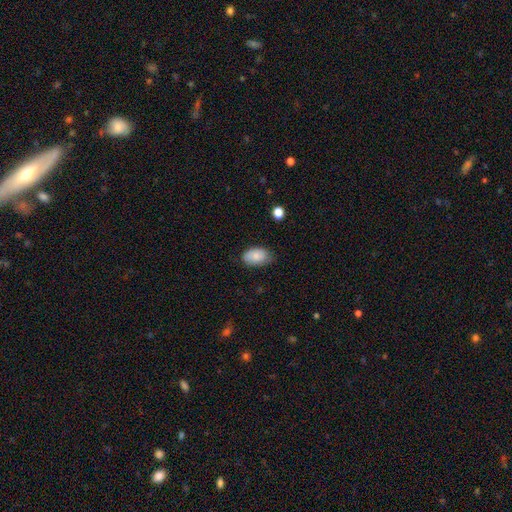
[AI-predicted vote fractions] A smooth galaxy with no disk features (84%) that is in between round and cigar-shaped (91%). Merging: none (73%).